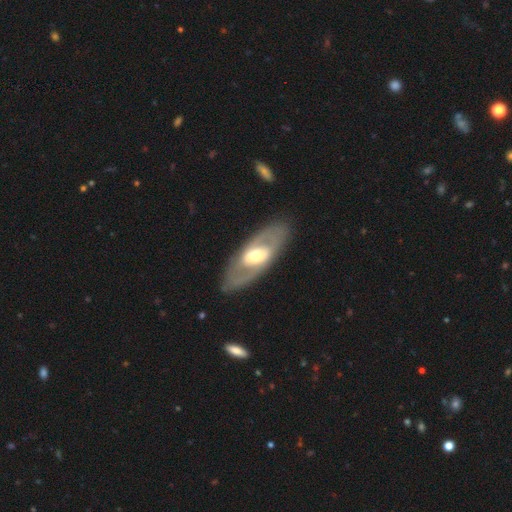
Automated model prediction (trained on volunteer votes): A featured or disk galaxy (69%) with a weak bar (36%), no spiral arms (56%) and a moderate central bulge (62%). Merging: none (84%).